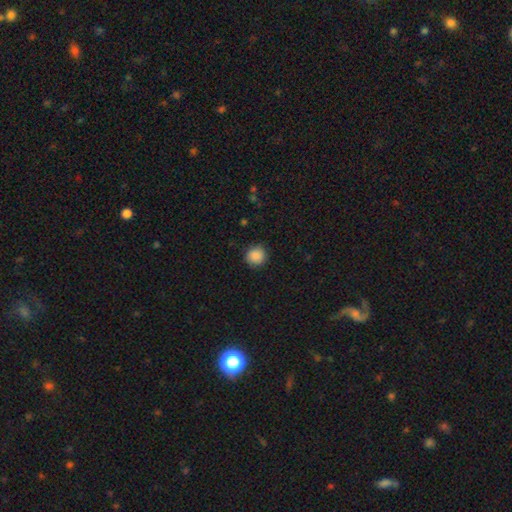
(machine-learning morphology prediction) smooth-or-featured: smooth: 88% | star or artifact: 9% | featured or disk: 3%
  how-rounded: round: 92% | in between: 7% | cigar-shaped: 1%
  merging: none: 90% | minor disturbance: 7% | major disturbance: 2% | merger: 1%